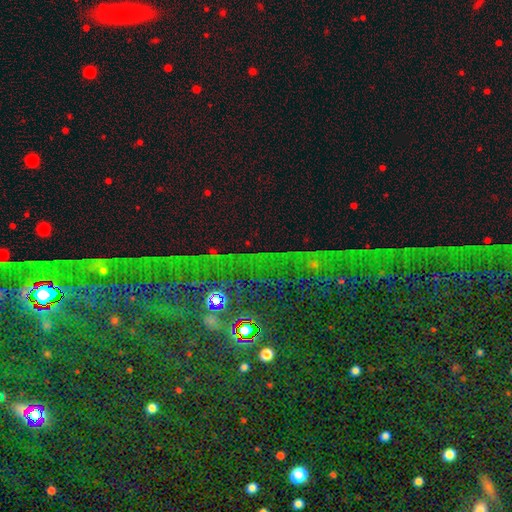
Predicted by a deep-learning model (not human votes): Smooth or featured? star or artifact (83%)